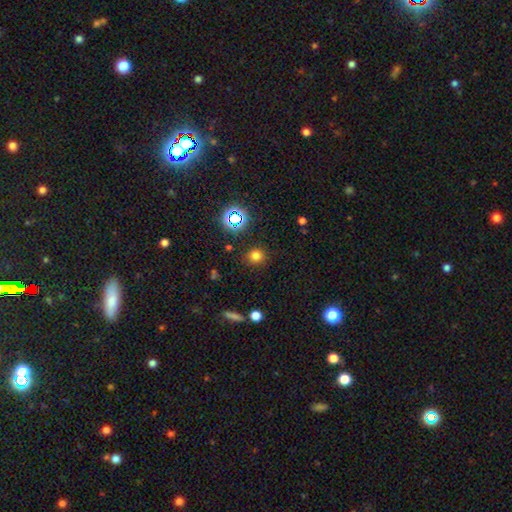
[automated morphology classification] This is likely a smooth galaxy (74%). How rounded: clearly round (88%). Merging: clearly none (88%).